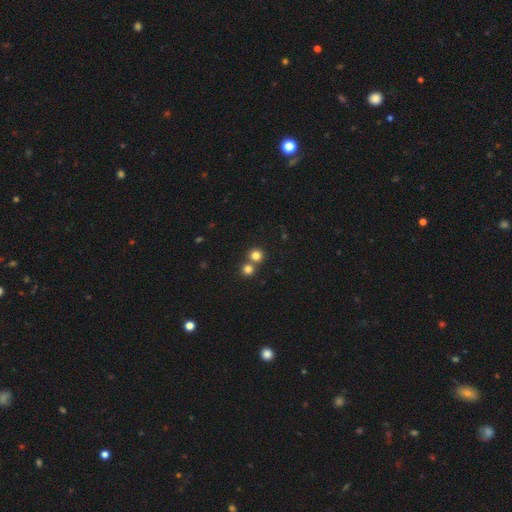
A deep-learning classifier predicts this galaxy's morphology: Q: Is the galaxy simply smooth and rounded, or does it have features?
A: smooth — 80%.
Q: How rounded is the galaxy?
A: round — 90%.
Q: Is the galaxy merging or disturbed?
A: none — 59%.